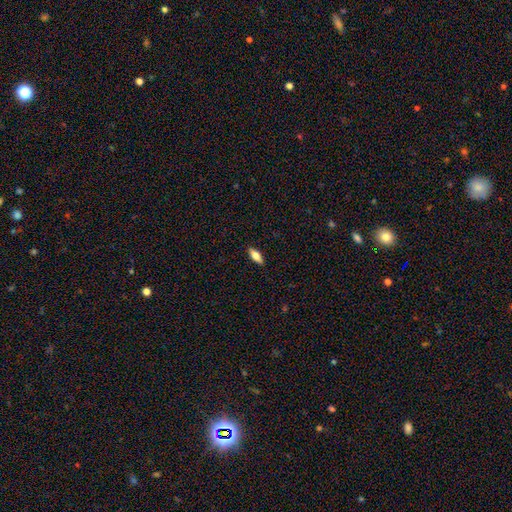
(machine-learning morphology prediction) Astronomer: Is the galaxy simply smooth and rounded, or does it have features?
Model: smooth — 70%.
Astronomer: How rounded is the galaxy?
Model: in between — 72%.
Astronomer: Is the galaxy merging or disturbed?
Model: none — 89%.